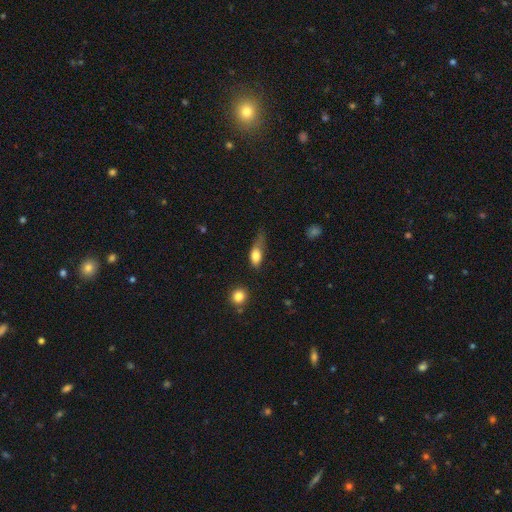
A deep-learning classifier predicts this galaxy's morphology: smooth_or_featured: smooth (p=0.77) [alt: featured or disk p=0.14]
how_rounded: in between (p=0.75) [alt: cigar-shaped p=0.15]
merging: minor disturbance (p=0.39) [alt: major disturbance p=0.32]